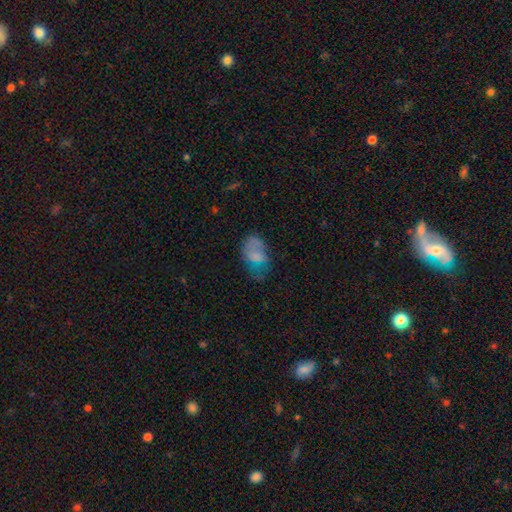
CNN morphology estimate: Smooth or featured?
  - smooth: 57% *
  - featured or disk: 31%
  - star or artifact: 11%
How rounded?
  - in between: 89% *
  - round: 9%
  - cigar-shaped: 2%
Merging?
  - none: 40% *
  - minor disturbance: 29%
  - major disturbance: 26%
  - merger: 5%